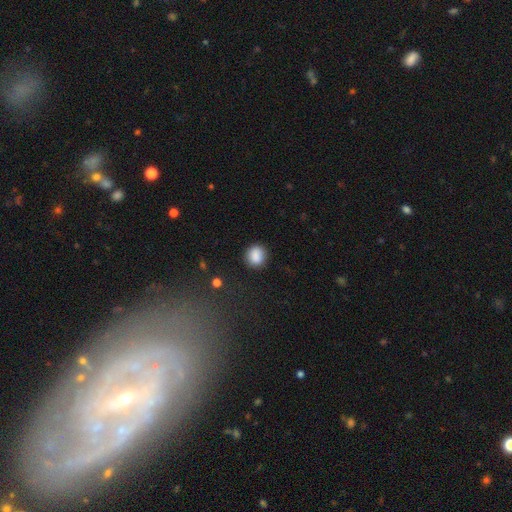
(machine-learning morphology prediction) Q: Smooth or featured?
A: smooth (87%); runner-up: star or artifact (9%)
Q: How rounded?
A: round (77%); runner-up: in between (22%)
Q: Merging?
A: none (86%); runner-up: minor disturbance (9%)